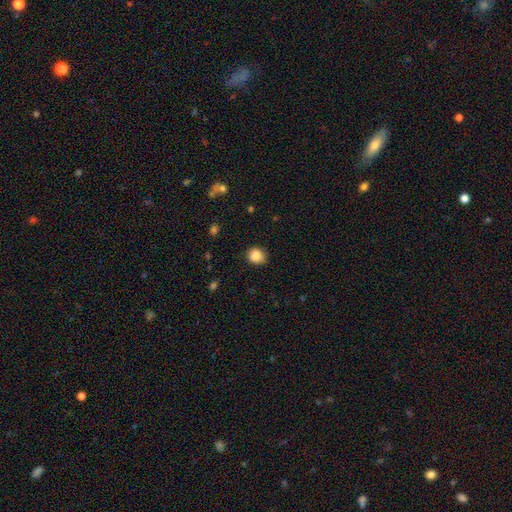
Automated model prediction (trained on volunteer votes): Q: Smooth or featured?
A: smooth (87%); runner-up: star or artifact (9%)
Q: How rounded?
A: round (73%); runner-up: in between (26%)
Q: Merging?
A: none (82%); runner-up: minor disturbance (14%)